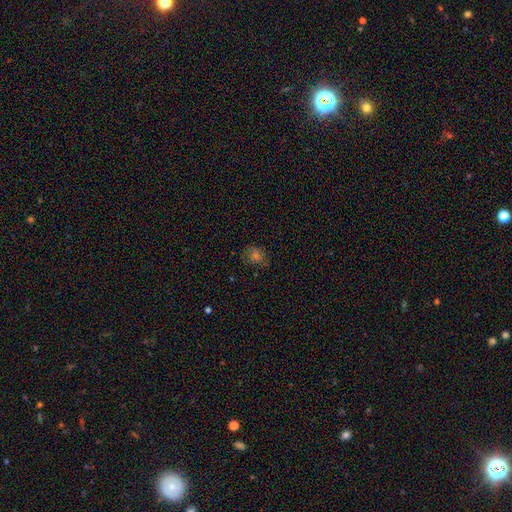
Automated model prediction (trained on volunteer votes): Overall: smooth (51%; star or artifact 26%). How rounded: round (68%; in between 31%). Merging: none (75%).